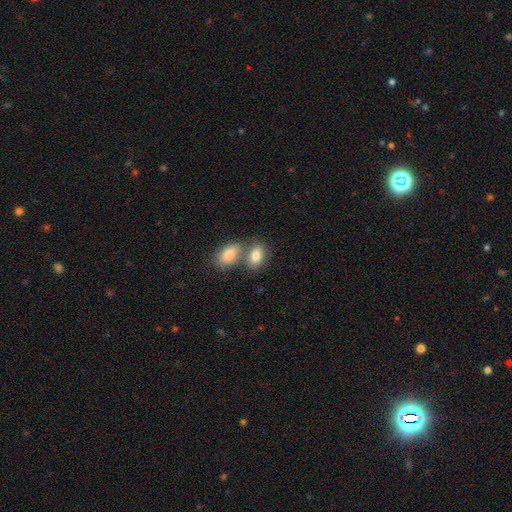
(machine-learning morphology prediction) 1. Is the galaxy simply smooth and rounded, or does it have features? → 83% smooth, 10% featured or disk, 7% star or artifact.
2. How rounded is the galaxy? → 89% in between, 8% round, 2% cigar-shaped.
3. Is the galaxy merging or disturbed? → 49% merger, 39% none, 9% minor disturbance, 3% major disturbance.